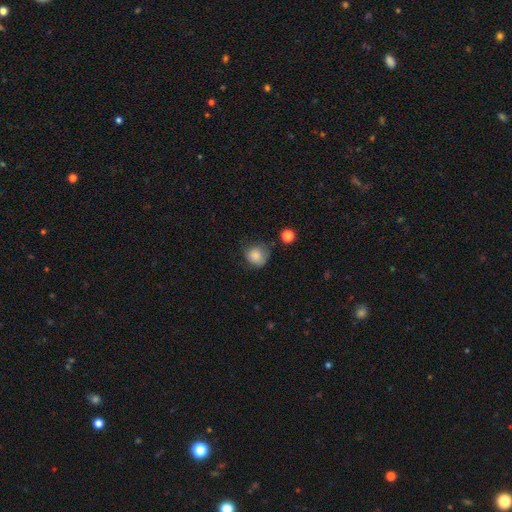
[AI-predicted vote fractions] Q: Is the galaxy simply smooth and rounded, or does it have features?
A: smooth — 80%.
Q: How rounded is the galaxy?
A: round — 79%.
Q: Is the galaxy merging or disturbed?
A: none — 55%.